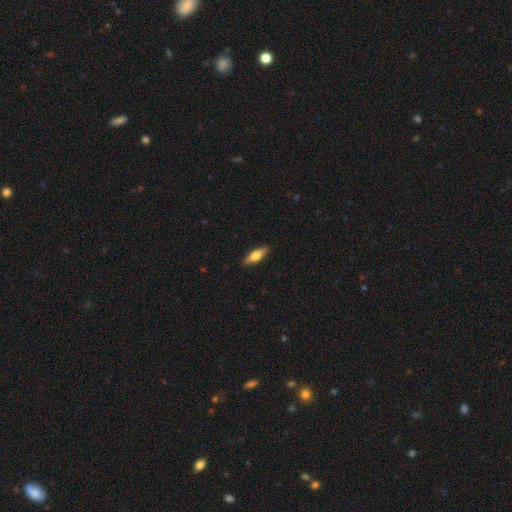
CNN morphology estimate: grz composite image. It shows a smooth galaxy with no disk features (51%) that is in between round and cigar-shaped (49%, tied with cigar-shaped). Merging: none (88%).